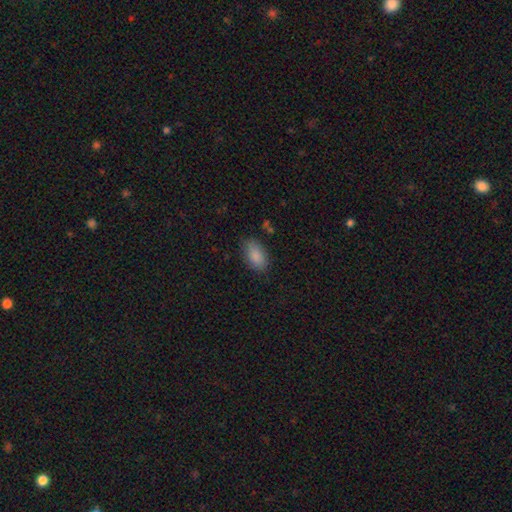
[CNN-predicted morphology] This is clearly a smooth galaxy (88%). How rounded: clearly in between (93%). Merging: clearly none (81%).